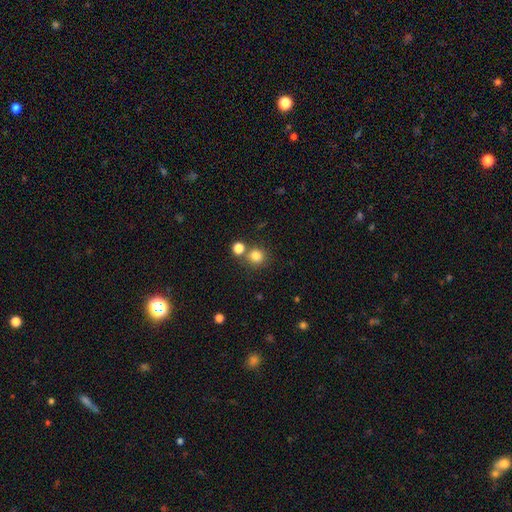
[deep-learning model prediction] This is clearly a smooth galaxy (81%). How rounded: clearly round (90%). Merging: likely none (70%).